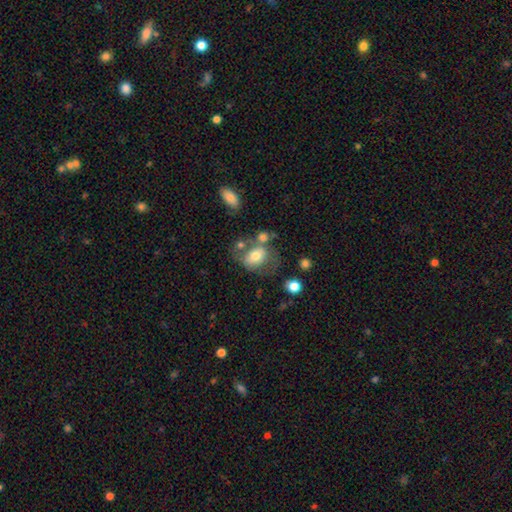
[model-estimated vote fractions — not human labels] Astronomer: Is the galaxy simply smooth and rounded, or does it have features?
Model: smooth — 62%.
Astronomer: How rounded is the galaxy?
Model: in between — 58% (runner-up: round, 41%).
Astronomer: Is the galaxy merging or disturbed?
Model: none — 42% (runner-up: merger, 23%).